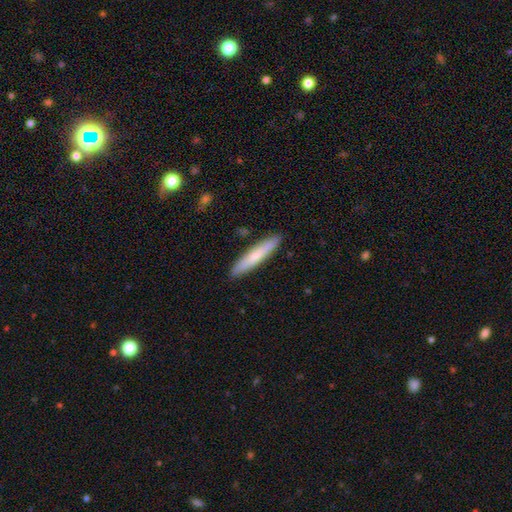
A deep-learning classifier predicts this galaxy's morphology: type=smooth (69%); roundness=cigar-shaped (92%); merging=none (90%).